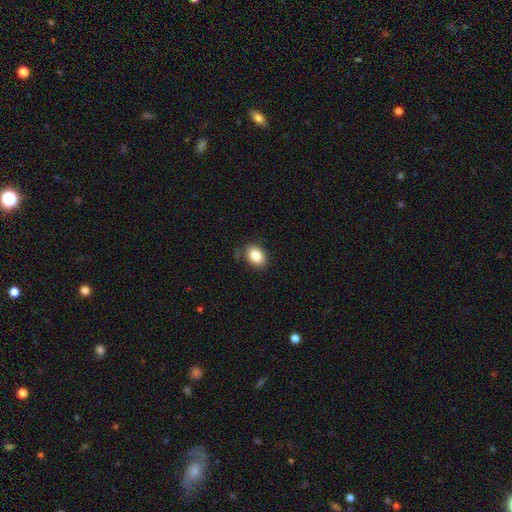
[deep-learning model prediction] This is clearly a smooth galaxy (85%). How rounded: likely in between (74%). Merging: clearly none (82%).